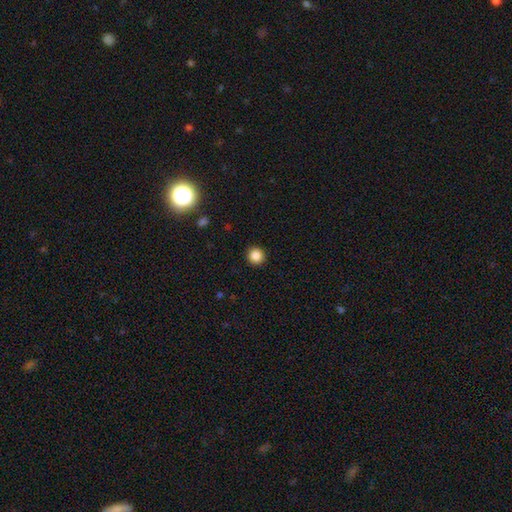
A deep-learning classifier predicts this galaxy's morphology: smooth-or-featured: smooth: 86% | star or artifact: 11% | featured or disk: 3%
  how-rounded: round: 94% | in between: 5% | cigar-shaped: 1%
  merging: none: 92% | minor disturbance: 5% | major disturbance: 2% | merger: 1%